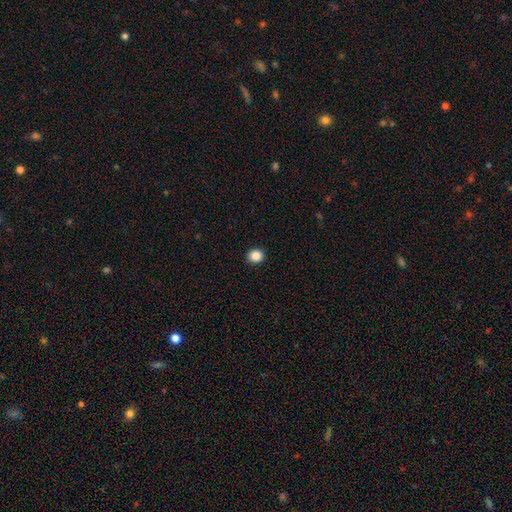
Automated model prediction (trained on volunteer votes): smooth_or_featured: smooth (p=0.86) [alt: star or artifact p=0.10]
how_rounded: round (p=0.82) [alt: in between p=0.17]
merging: none (p=0.92) [alt: minor disturbance p=0.05]